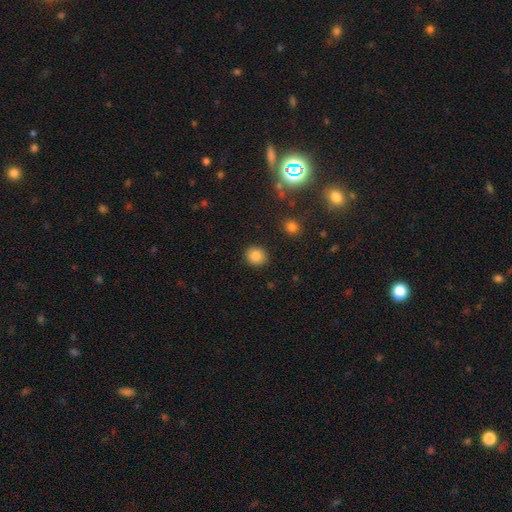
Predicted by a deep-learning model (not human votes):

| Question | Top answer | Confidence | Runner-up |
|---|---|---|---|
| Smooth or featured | smooth | 84% | star or artifact (10%) |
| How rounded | round | 83% | in between (16%) |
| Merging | none | 90% | minor disturbance (6%) |